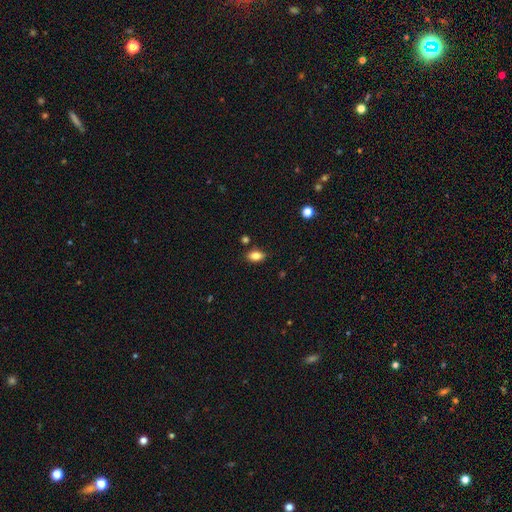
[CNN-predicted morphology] This is clearly a smooth galaxy (84%). How rounded: clearly in between (89%). Merging: clearly none (84%).